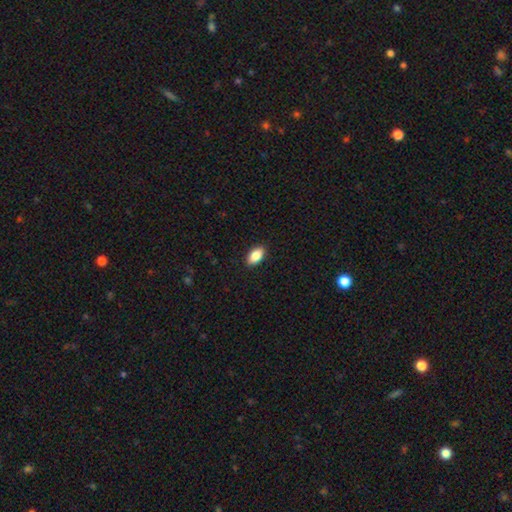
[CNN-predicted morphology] A smooth galaxy with no disk features (87%) that is in between round and cigar-shaped (93%).

Vote fractions:
- Smooth or featured? smooth: 87% / star or artifact: 7% / featured or disk: 6%
- How rounded? in between: 93% / round: 4% / cigar-shaped: 4%
- Merging? none: 90% / minor disturbance: 8% / major disturbance: 2% / merger: 1%